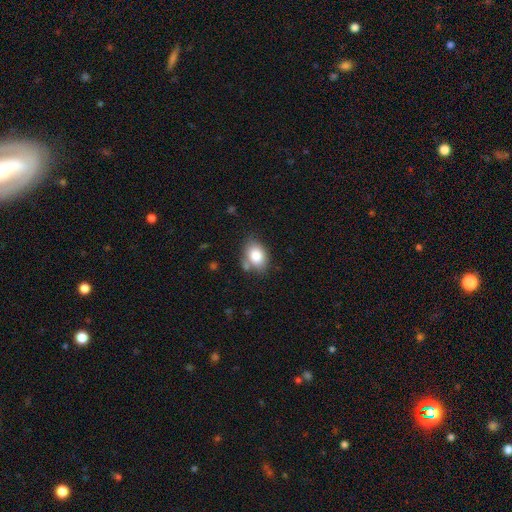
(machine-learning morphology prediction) Smooth or featured? smooth (83%)
How rounded? in between (75%)
Merging? none (67%)